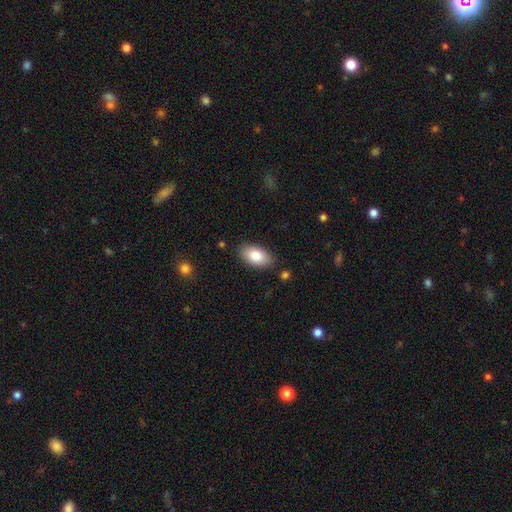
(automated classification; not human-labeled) Smooth or featured: smooth — 83% (featured or disk — 11%)
How rounded: in between — 94% (round — 4%)
Merging: none — 85% (minor disturbance — 11%)